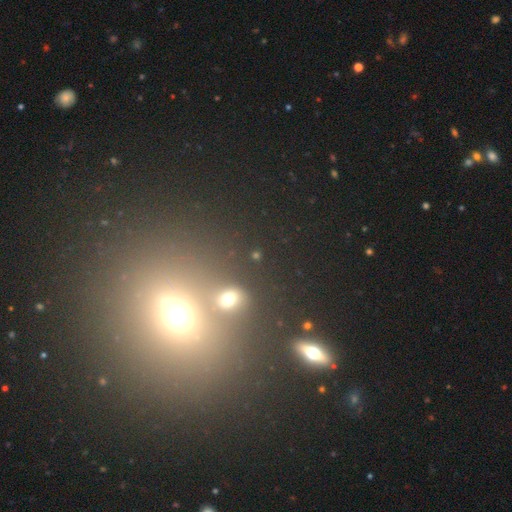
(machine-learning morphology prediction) Q: Smooth or featured?
A: smooth (47%); runner-up: star or artifact (41%)
Q: Merging?
A: none (70%); runner-up: merger (14%)